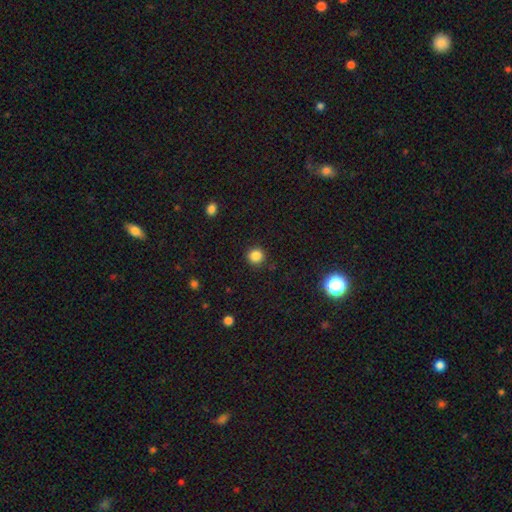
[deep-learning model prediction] Smooth or featured?
  - smooth: 85% *
  - star or artifact: 12%
  - featured or disk: 4%
How rounded?
  - round: 93% *
  - in between: 6%
  - cigar-shaped: 1%
Merging?
  - none: 91% *
  - minor disturbance: 6%
  - major disturbance: 2%
  - merger: 1%